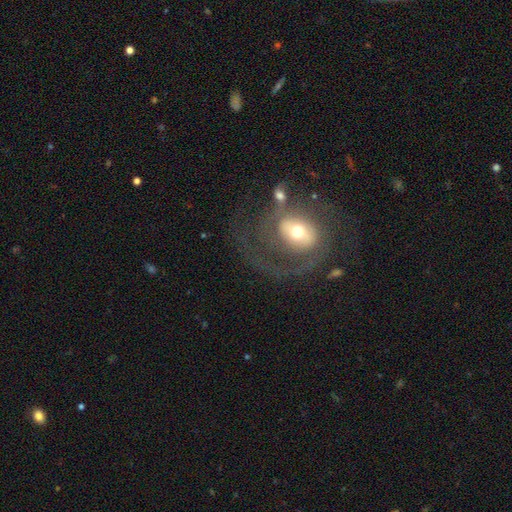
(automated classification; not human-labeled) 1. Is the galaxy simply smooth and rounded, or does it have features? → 73% featured or disk, 17% smooth, 11% star or artifact.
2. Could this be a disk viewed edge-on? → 97% no, 3% yes.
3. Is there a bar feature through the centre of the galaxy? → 43% no, 39% weak, 18% strong.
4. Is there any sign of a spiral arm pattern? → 79% yes, 21% no.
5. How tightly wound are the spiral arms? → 44% medium, 36% tight, 21% loose.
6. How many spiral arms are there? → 59% 2, 16% can't tell, 15% 1, 5% 3, 3% 4, 3% more than 4.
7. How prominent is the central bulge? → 57% moderate, 24% small, 15% large, 3% dominant, 2% none.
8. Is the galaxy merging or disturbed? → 60% none, 19% major disturbance, 16% minor disturbance, 6% merger.